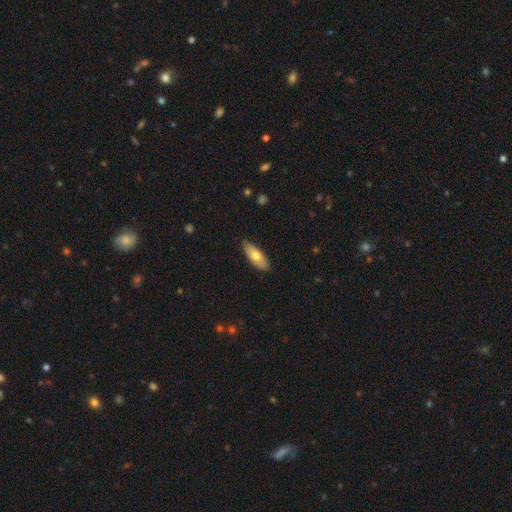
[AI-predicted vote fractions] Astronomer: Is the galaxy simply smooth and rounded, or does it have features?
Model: smooth — 71%.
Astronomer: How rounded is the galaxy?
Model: in between — 72%.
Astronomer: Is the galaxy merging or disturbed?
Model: none — 85%.